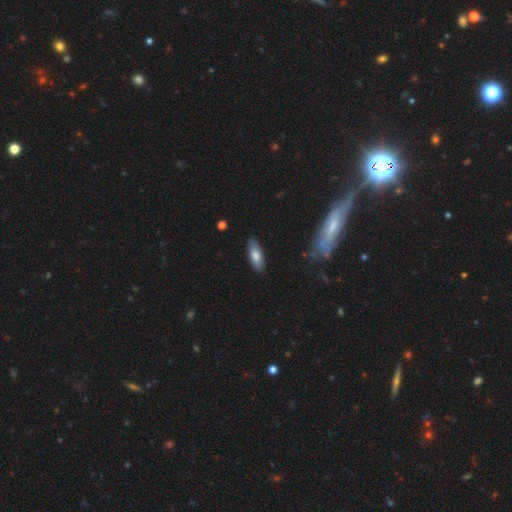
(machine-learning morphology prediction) Smooth or featured: smooth — 75% (featured or disk — 19%)
How rounded: in between — 74% (cigar-shaped — 24%)
Merging: none — 83% (minor disturbance — 13%)